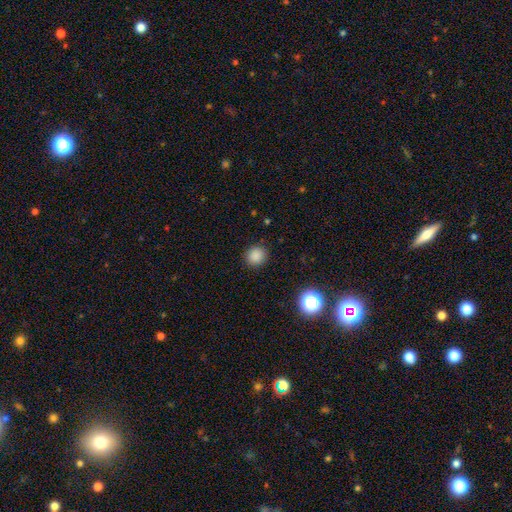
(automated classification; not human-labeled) smooth 85%, star or artifact 12%, featured or disk 3%. Down the decision tree: how rounded — round (88%); merging — none (90%).